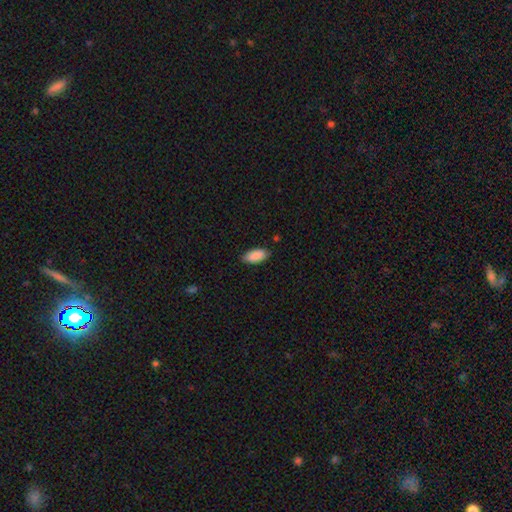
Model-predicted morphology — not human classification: Smooth or featured?
  - smooth: 89% *
  - star or artifact: 6%
  - featured or disk: 5%
How rounded?
  - in between: 89% *
  - cigar-shaped: 9%
  - round: 2%
Merging?
  - none: 84% *
  - minor disturbance: 12%
  - major disturbance: 2%
  - merger: 1%